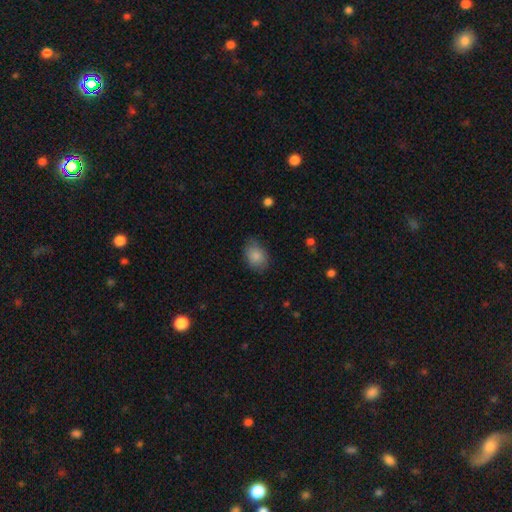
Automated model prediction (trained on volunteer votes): A smooth galaxy with no disk features (86%) that is in between round and cigar-shaped (75%). Merging: none (74%).